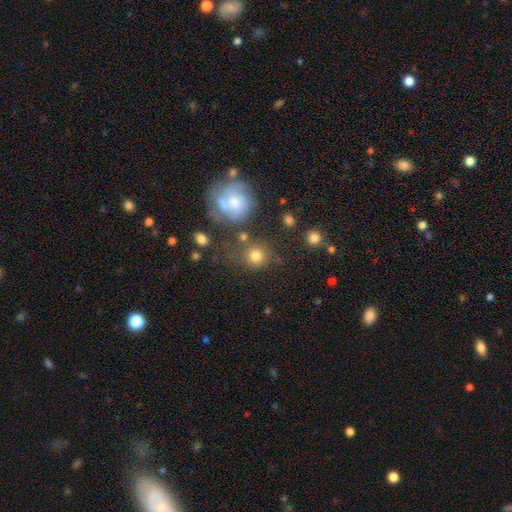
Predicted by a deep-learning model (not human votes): Q: Smooth or featured?
A: smooth (81%); runner-up: star or artifact (11%)
Q: How rounded?
A: round (90%); runner-up: in between (9%)
Q: Merging?
A: none (74%); runner-up: minor disturbance (10%)